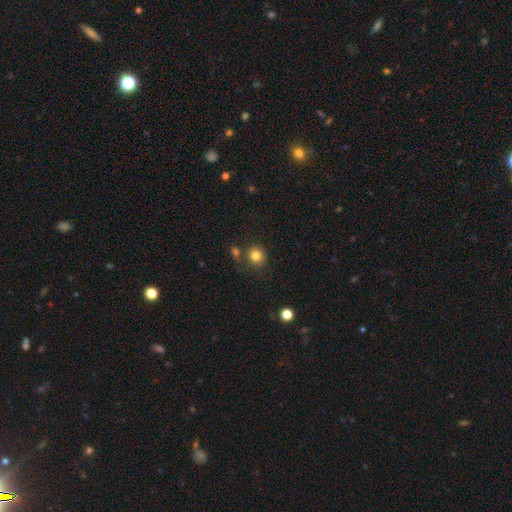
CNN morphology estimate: A smooth galaxy with no disk features (82%) that is round (87%).

Vote fractions:
- Smooth or featured? smooth: 82% / star or artifact: 12% / featured or disk: 7%
- How rounded? round: 87% / in between: 12% / cigar-shaped: 1%
- Merging? none: 73% / merger: 12% / minor disturbance: 11% / major disturbance: 4%